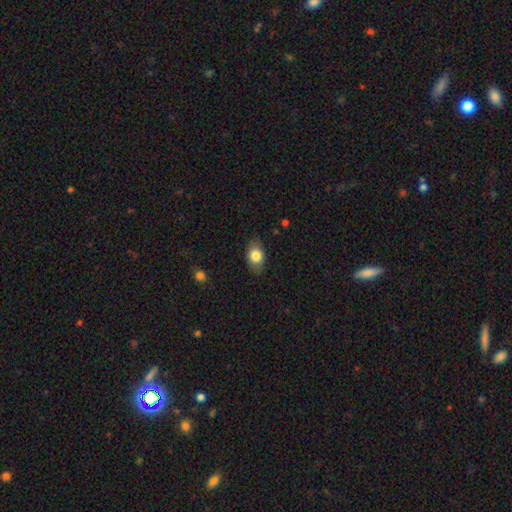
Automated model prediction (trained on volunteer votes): This appears to be a smooth galaxy with no disk features (79%) that is in between round and cigar-shaped (83%). Merging: none (82%).